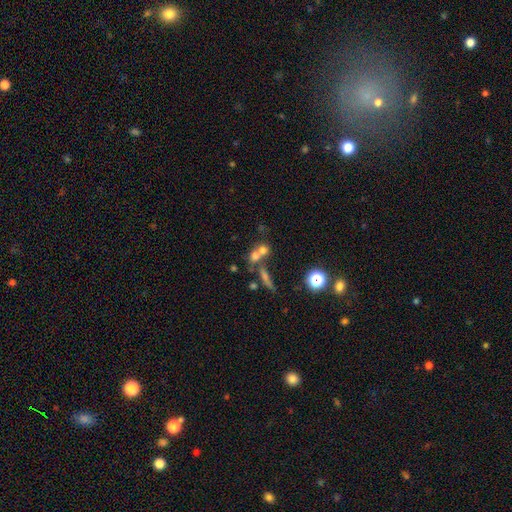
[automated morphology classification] A smooth galaxy with no disk features (62%) that is round (67%).

Vote fractions:
- Smooth or featured? smooth: 62% / featured or disk: 21% / star or artifact: 18%
- How rounded? round: 67% / in between: 26% / cigar-shaped: 7%
- Merging? merger: 54% / none: 34% / minor disturbance: 7% / major disturbance: 5%